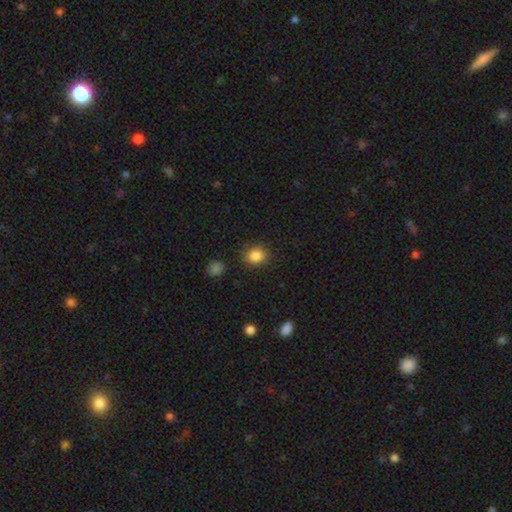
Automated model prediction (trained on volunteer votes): This appears to be a smooth galaxy with no disk features (85%) that is round (75%). Merging: none (86%).